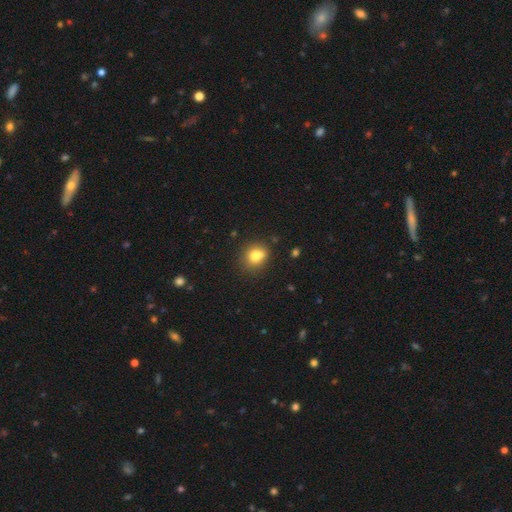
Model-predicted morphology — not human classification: A smooth galaxy with no disk features (78%) that is round (58%). Merging: none (61%).